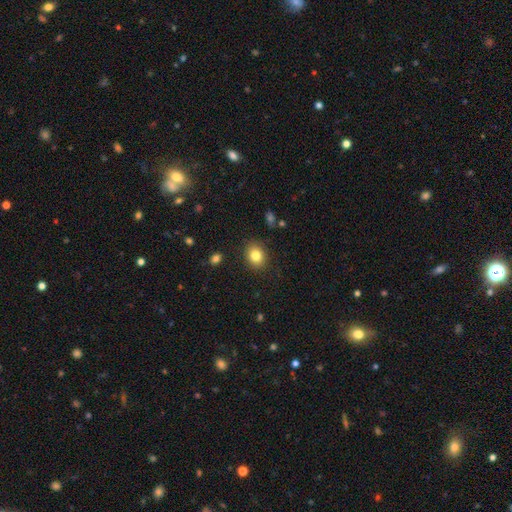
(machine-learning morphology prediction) Smooth or featured?
  - smooth: 83% *
  - star or artifact: 10%
  - featured or disk: 7%
How rounded?
  - round: 58% *
  - in between: 41%
  - cigar-shaped: 1%
Merging?
  - none: 87% *
  - minor disturbance: 9%
  - major disturbance: 2%
  - merger: 1%